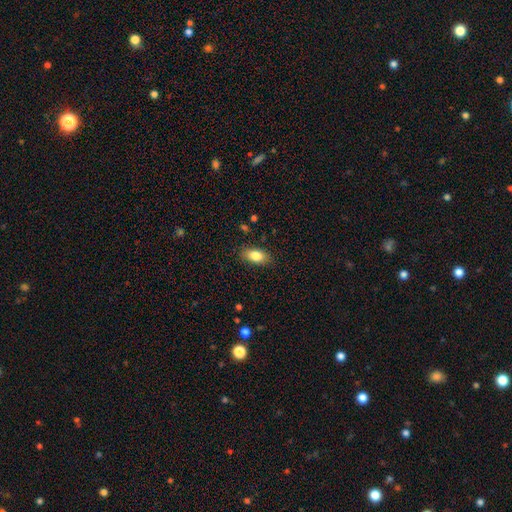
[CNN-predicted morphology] Q: Smooth or featured?
A: smooth (84%); runner-up: featured or disk (9%)
Q: How rounded?
A: in between (89%); runner-up: cigar-shaped (6%)
Q: Merging?
A: none (86%); runner-up: minor disturbance (11%)